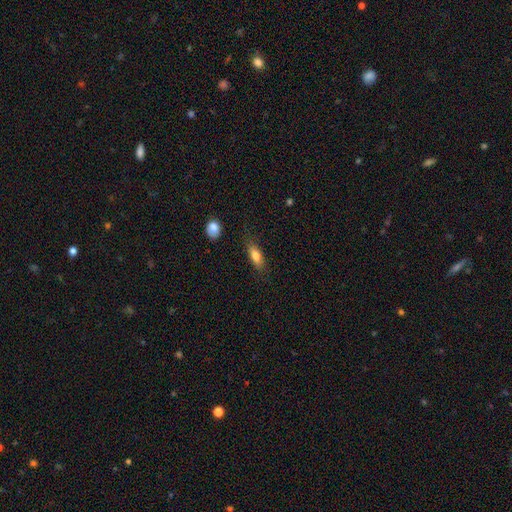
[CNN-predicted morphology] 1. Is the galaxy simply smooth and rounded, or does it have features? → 76% smooth, 17% featured or disk, 7% star or artifact.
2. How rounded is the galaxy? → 67% in between, 30% cigar-shaped, 4% round.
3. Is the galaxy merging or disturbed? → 79% none, 15% minor disturbance, 4% major disturbance, 2% merger.